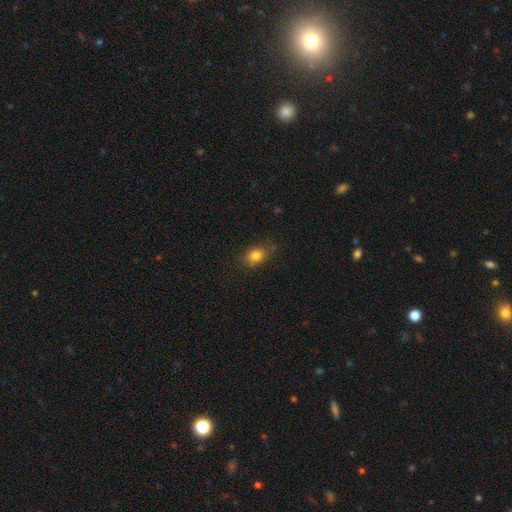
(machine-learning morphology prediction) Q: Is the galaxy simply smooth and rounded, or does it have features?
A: smooth — 83%.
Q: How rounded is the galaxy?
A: in between — 61%.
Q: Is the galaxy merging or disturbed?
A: none — 73%.